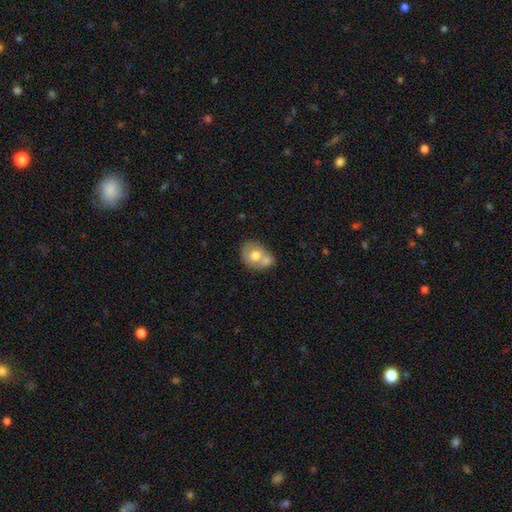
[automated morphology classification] Smooth or featured? smooth (63%)
How rounded? round (55%)
Merging? merger (52%)